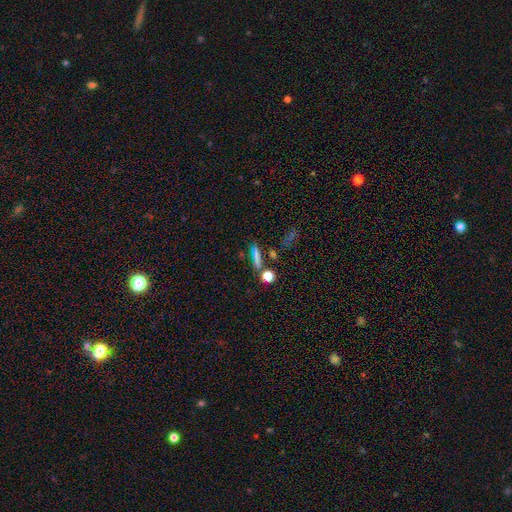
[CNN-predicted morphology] Smooth or featured?
  - smooth: 68% *
  - star or artifact: 18%
  - featured or disk: 15%
How rounded?
  - cigar-shaped: 68% *
  - round: 16%
  - in between: 16%
Merging?
  - none: 78% *
  - minor disturbance: 9%
  - merger: 9%
  - major disturbance: 4%